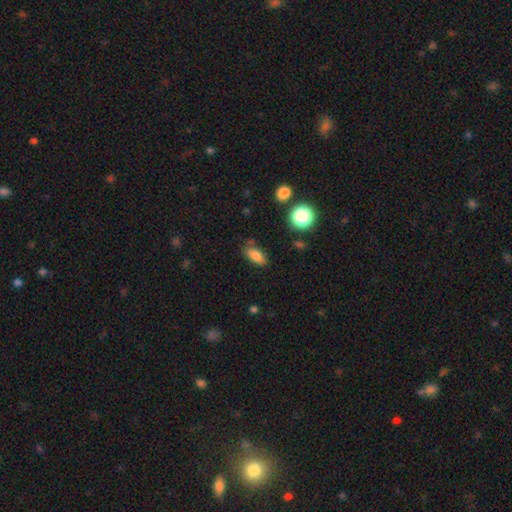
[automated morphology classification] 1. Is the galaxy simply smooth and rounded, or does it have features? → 82% smooth, 10% star or artifact, 8% featured or disk.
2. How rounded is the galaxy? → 82% in between, 13% cigar-shaped, 5% round.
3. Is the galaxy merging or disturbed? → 78% none, 16% minor disturbance, 4% major disturbance, 3% merger.